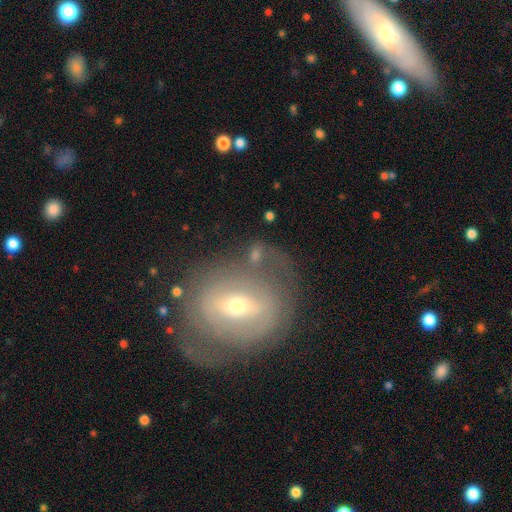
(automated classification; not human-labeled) This appears to be a featured or disk galaxy (62%) with a weak bar (36%), spiral arms (51%) and a small central bulge (49%). Merging: none (58%).